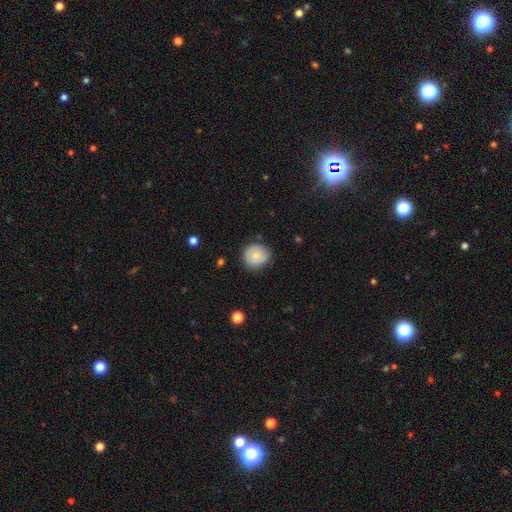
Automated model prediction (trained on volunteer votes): smooth 75%, featured or disk 17%, star or artifact 7%. Down the decision tree: how rounded — round (87%); merging — none (78%).